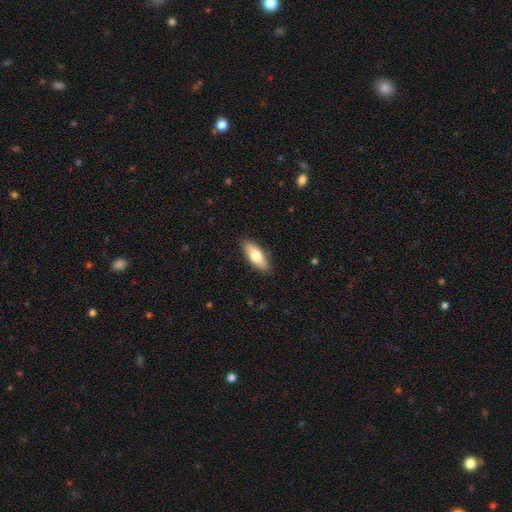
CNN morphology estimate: A smooth galaxy with no disk features (72%) that is in between round and cigar-shaped (69%).

Vote fractions:
- Smooth or featured? smooth: 72% / featured or disk: 22% / star or artifact: 6%
- How rounded? in between: 69% / cigar-shaped: 29% / round: 2%
- Merging? none: 88% / minor disturbance: 9% / major disturbance: 2% / merger: 1%